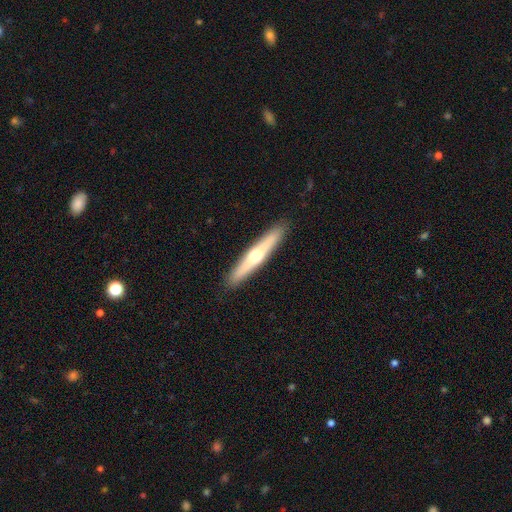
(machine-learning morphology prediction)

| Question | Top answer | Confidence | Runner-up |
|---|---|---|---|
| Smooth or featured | featured or disk | 57% | smooth (38%) |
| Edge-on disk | yes | 95% | no (5%) |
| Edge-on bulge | rounded | 89% | none (8%) |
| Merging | none | 91% | minor disturbance (6%) |